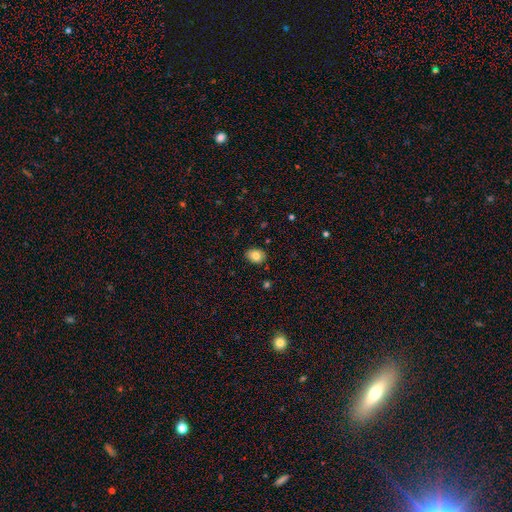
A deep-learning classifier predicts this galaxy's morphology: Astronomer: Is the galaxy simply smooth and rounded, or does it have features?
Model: smooth — 81%.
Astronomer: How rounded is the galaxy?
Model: in between — 62%.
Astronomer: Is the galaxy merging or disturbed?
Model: none — 86%.